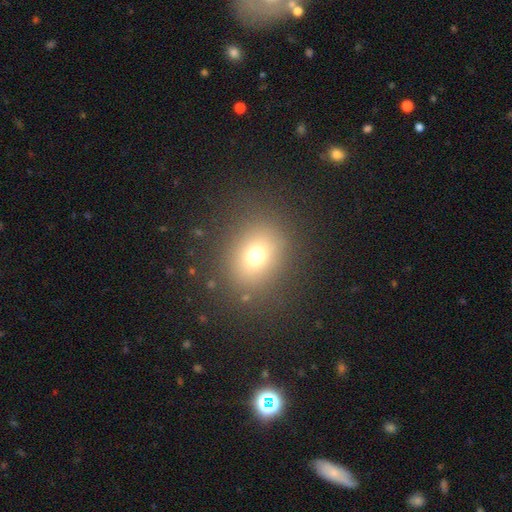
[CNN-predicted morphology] type=smooth (70%); roundness=round (60%); merging=none (84%).